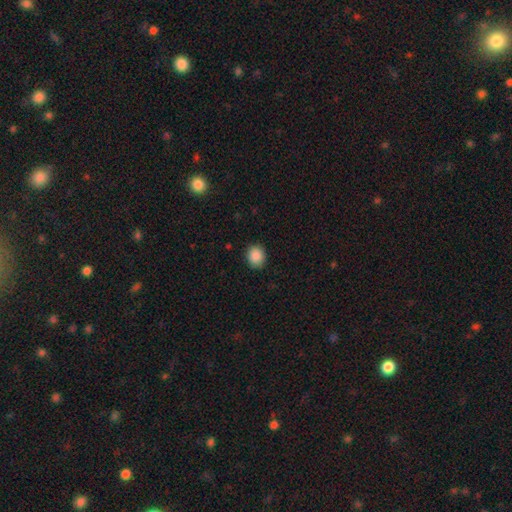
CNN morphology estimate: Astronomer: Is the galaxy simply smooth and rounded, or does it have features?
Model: smooth — 89%.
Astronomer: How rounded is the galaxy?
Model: round — 71%.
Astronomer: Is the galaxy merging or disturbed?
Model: none — 90%.